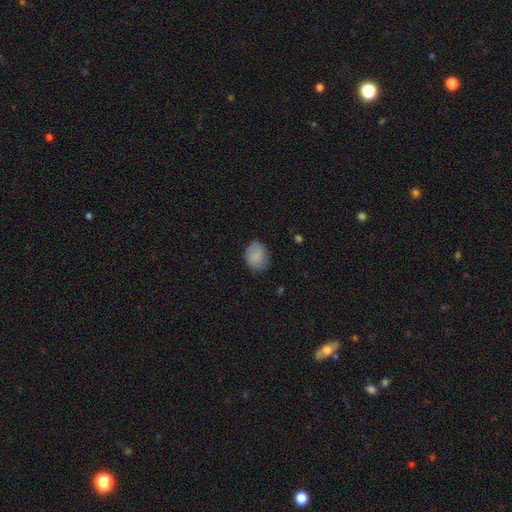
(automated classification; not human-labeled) Morphology: type=smooth (83%); roundness=round (56%); merging=none (77%).